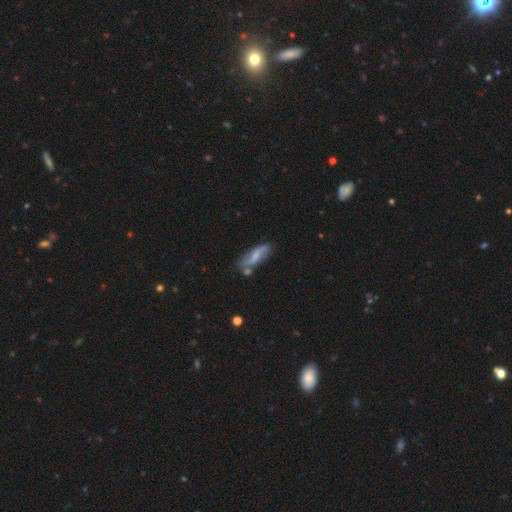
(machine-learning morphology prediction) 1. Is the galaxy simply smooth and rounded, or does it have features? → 53% featured or disk, 39% smooth, 7% star or artifact.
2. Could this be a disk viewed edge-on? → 80% no, 20% yes.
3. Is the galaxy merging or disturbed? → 58% none, 23% minor disturbance, 12% merger, 7% major disturbance.